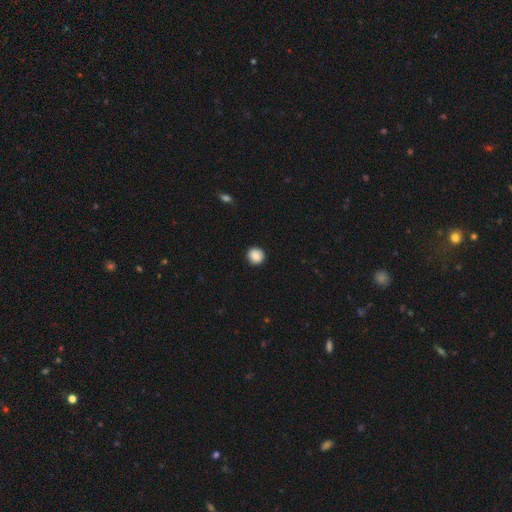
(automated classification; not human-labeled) Smooth or featured? smooth (87%)
How rounded? round (93%)
Merging? none (92%)